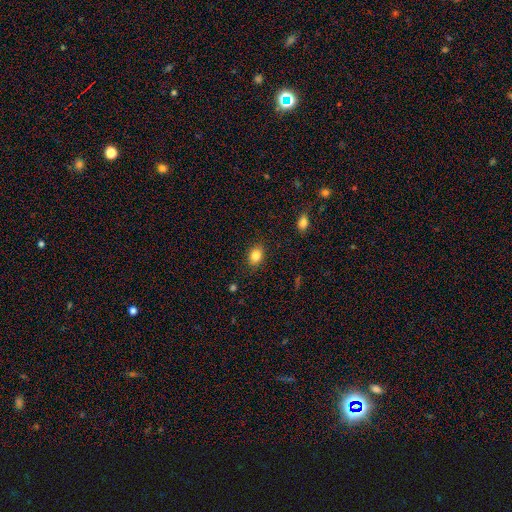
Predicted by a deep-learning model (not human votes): This is clearly a smooth galaxy (84%). How rounded: likely in between (61%). Merging: clearly none (86%).